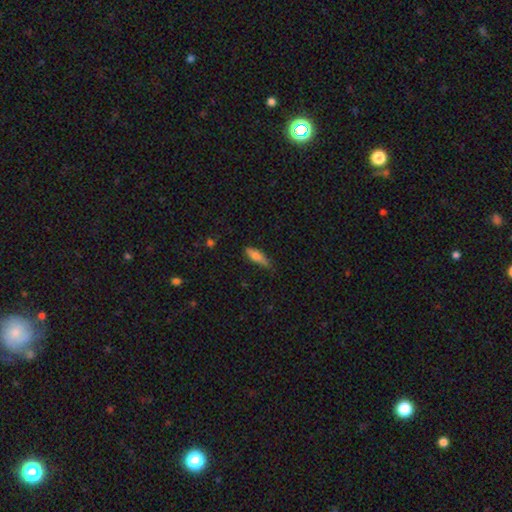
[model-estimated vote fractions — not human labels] Smooth or featured? smooth (74%)
How rounded? cigar-shaped (50%)
Merging? none (63%)